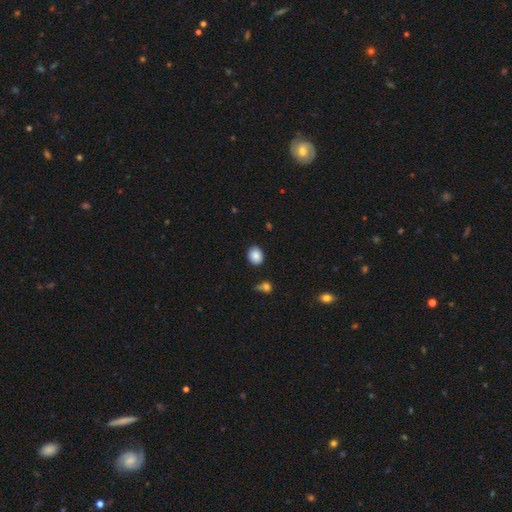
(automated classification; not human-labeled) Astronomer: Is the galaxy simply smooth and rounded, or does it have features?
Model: smooth — 87%.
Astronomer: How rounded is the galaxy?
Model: round — 54% (runner-up: in between, 45%).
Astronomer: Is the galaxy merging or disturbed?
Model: none — 84%.